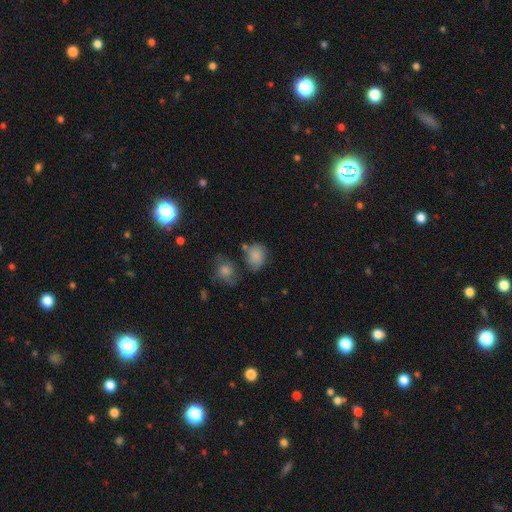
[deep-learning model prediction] Smooth or featured?
  - smooth: 79% *
  - featured or disk: 11%
  - star or artifact: 10%
How rounded?
  - in between: 54% *
  - round: 45%
  - cigar-shaped: 1%
Merging?
  - none: 50% *
  - minor disturbance: 24%
  - merger: 15%
  - major disturbance: 10%